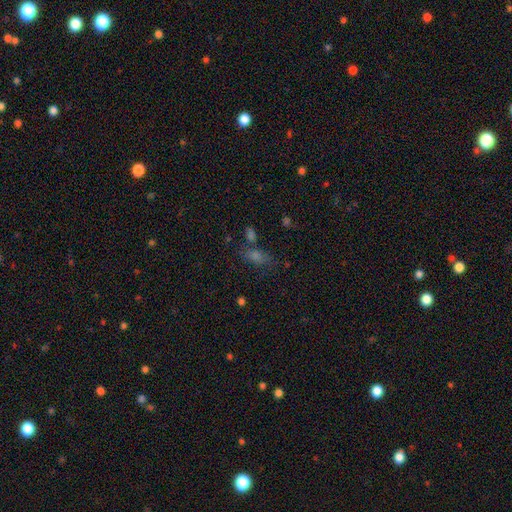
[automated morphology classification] smooth-or-featured: smooth: 54% | star or artifact: 30% | featured or disk: 16%
  how-rounded: in between: 75% | round: 13% | cigar-shaped: 12%
  merging: none: 63% | merger: 15% | minor disturbance: 15% | major disturbance: 7%